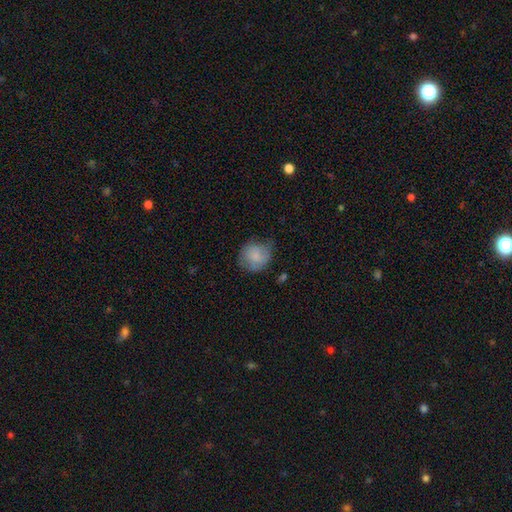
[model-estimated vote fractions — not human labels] The model was most divided on "merging": none: 52%, minor disturbance: 34%, major disturbance: 13%, merger: 2%. More confident: how rounded — round (81%); smooth or featured — smooth (71%).